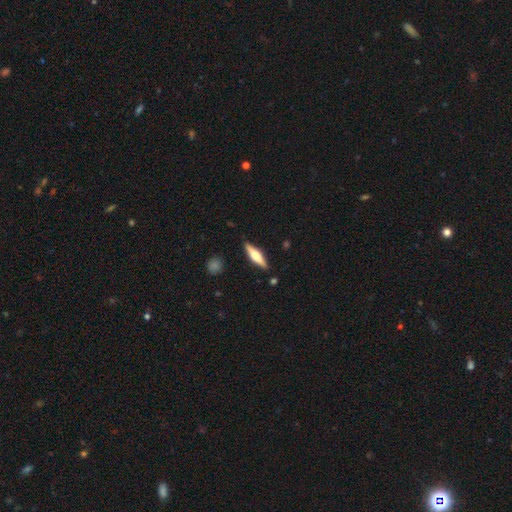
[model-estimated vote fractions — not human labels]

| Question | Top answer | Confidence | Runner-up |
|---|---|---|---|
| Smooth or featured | featured or disk | 55% | smooth (39%) |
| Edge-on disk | yes | 95% | no (5%) |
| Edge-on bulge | rounded | 89% | boxy (7%) |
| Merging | none | 88% | minor disturbance (8%) |